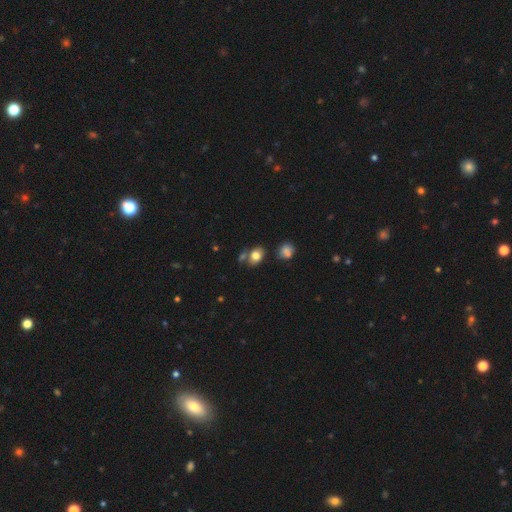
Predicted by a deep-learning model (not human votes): This appears to be a smooth galaxy with no disk features (78%) that is in between round and cigar-shaped (63%). Merging: none (62%).